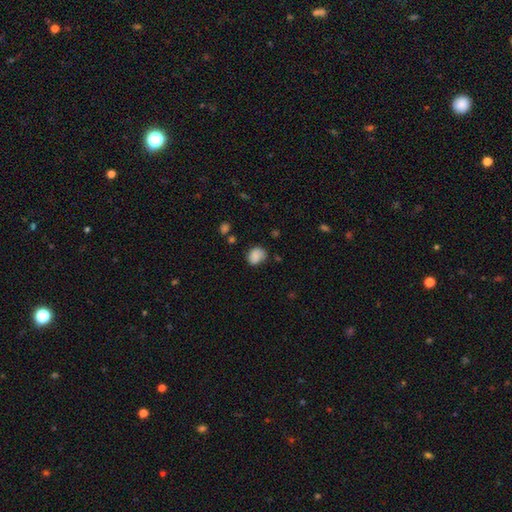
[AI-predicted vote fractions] The model was most divided on "how rounded": round: 53%, in between: 46%, cigar-shaped: 1%. More confident: smooth or featured — smooth (82%); merging — none (58%).